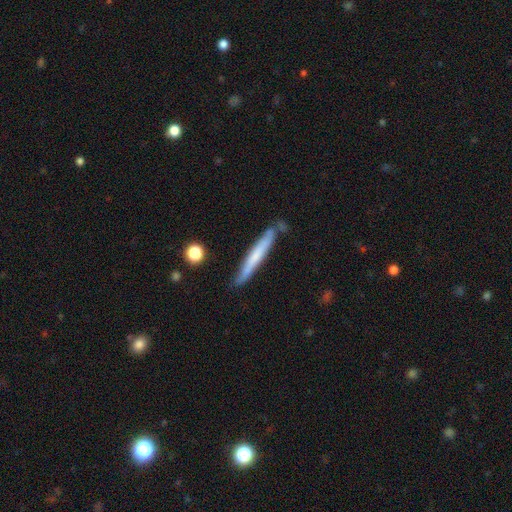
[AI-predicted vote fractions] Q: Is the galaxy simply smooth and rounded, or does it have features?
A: smooth — 56%.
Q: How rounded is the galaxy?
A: cigar-shaped — 96%.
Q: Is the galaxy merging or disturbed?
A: none — 76%.